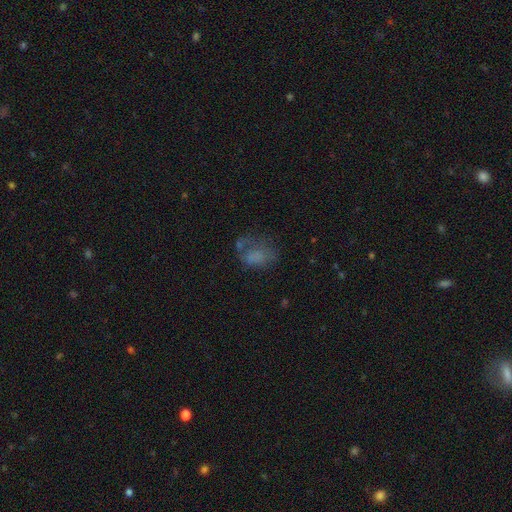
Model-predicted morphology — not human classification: A smooth galaxy with no disk features (54%) that is in between round and cigar-shaped (72%).

Vote fractions:
- Smooth or featured? smooth: 54% / featured or disk: 30% / star or artifact: 16%
- How rounded? in between: 72% / round: 26% / cigar-shaped: 2%
- Merging? none: 37% / major disturbance: 33% / minor disturbance: 21% / merger: 9%